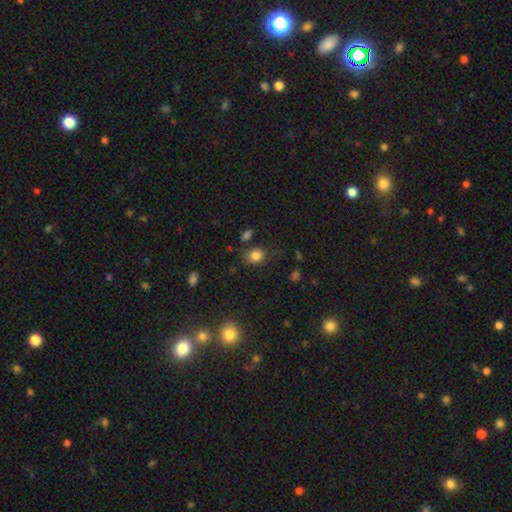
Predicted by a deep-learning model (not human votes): smooth-or-featured: smooth: 83% | star or artifact: 11% | featured or disk: 6%
  how-rounded: in between: 60% | round: 39% | cigar-shaped: 1%
  merging: none: 73% | minor disturbance: 17% | major disturbance: 5% | merger: 4%